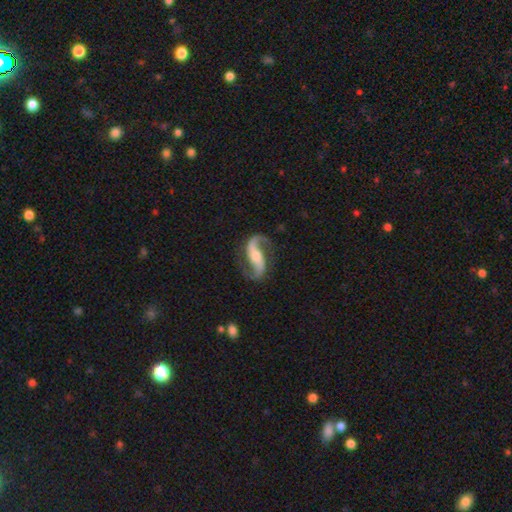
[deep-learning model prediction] Morphology: type=featured or disk (91%); edge-on=no (96%); bar=strong (39%); spiral arms=yes (97%); winding=loose (61%); arm count=2 (93%); bulge=moderate (49%); merging=none (79%).